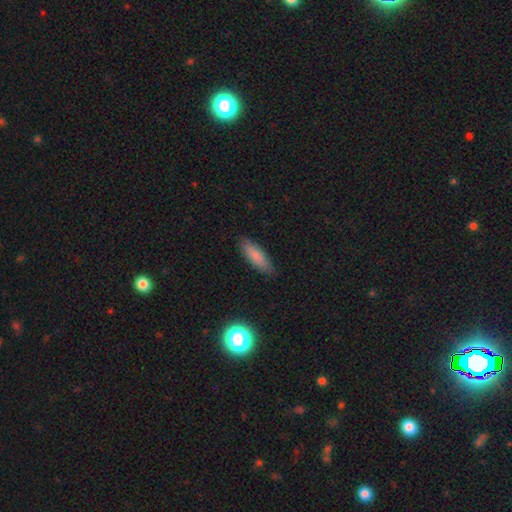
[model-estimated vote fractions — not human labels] This is clearly a smooth galaxy (83%). How rounded: possibly in between (51%). Merging: clearly none (86%).